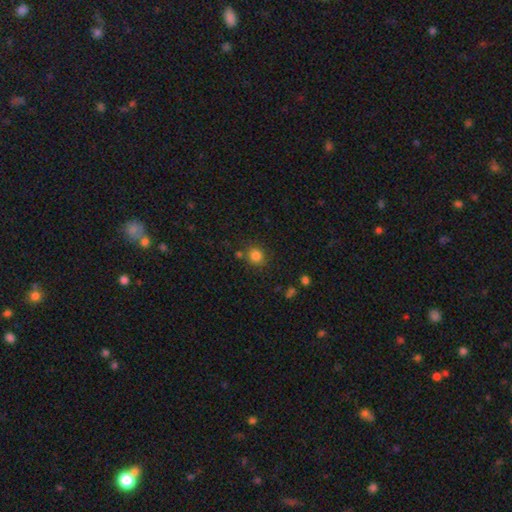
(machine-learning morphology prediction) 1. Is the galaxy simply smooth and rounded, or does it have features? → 83% smooth, 12% star or artifact, 5% featured or disk.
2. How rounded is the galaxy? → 86% round, 13% in between, 1% cigar-shaped.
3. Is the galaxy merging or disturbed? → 78% none, 10% minor disturbance, 8% merger, 4% major disturbance.